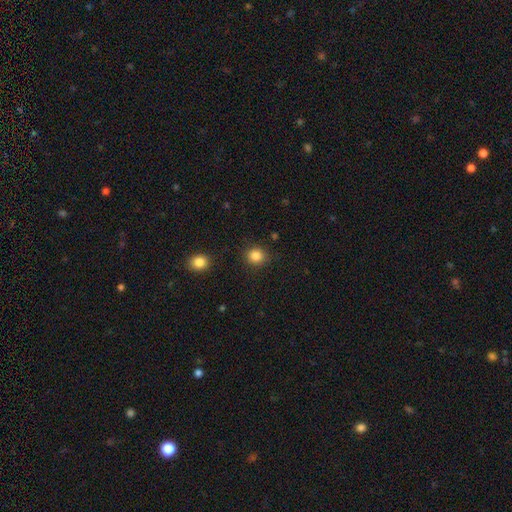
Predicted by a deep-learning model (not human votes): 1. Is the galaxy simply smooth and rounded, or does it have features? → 85% smooth, 11% star or artifact, 4% featured or disk.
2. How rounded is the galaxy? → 84% round, 15% in between, 1% cigar-shaped.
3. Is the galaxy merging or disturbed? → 87% none, 8% minor disturbance, 3% major disturbance, 2% merger.